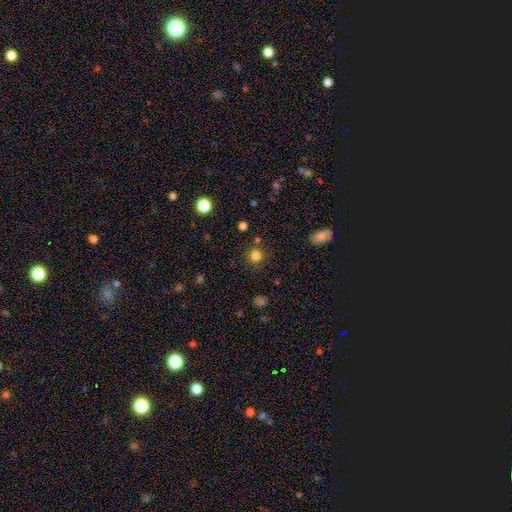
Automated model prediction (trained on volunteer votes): smooth_or_featured: smooth (p=0.81) [alt: star or artifact p=0.14]
how_rounded: round (p=0.94) [alt: in between p=0.05]
merging: none (p=0.86) [alt: minor disturbance p=0.07]